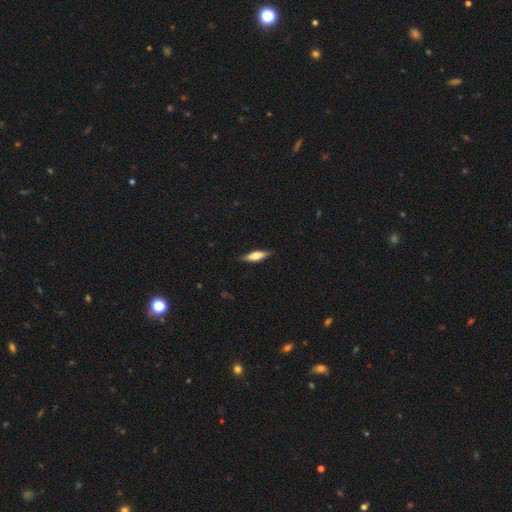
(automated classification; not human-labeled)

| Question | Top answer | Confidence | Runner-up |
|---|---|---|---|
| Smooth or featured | smooth | 52% | featured or disk (42%) |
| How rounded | cigar-shaped | 60% | in between (38%) |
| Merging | none | 86% | minor disturbance (11%) |